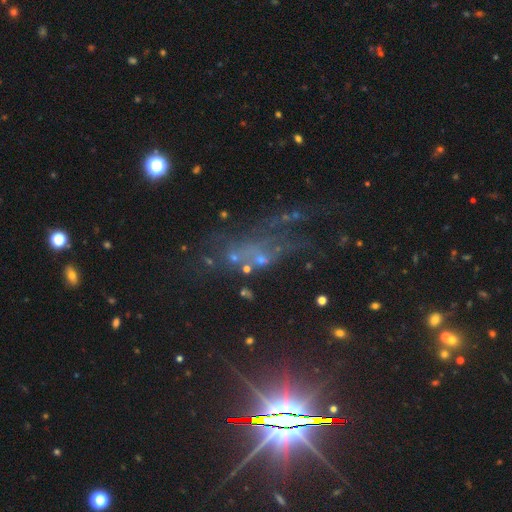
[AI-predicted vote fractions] This is marginally a featured or disk galaxy (42%). Merging: marginally none (38%).